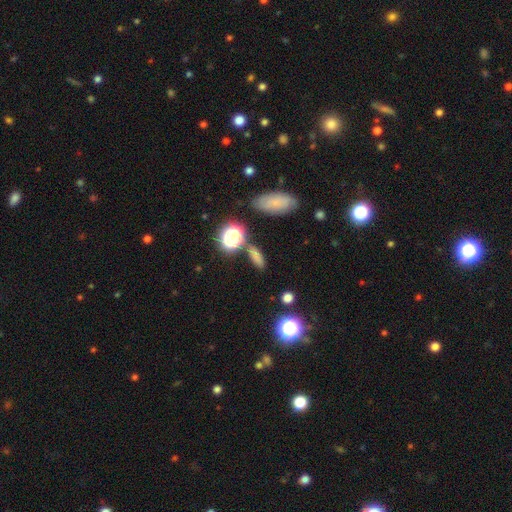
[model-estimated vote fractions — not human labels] Smooth or featured? smooth (70%)
How rounded? in between (58%)
Merging? none (77%)